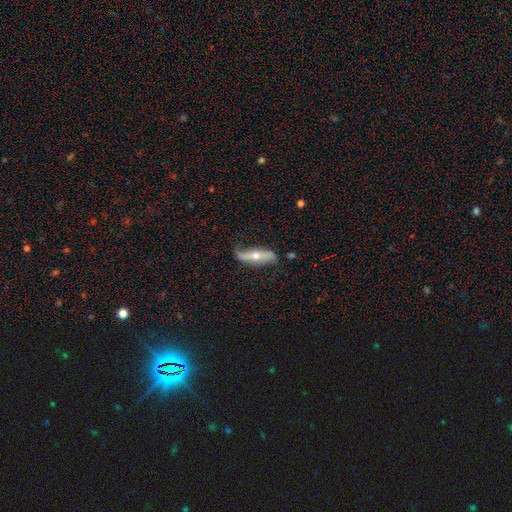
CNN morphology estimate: type=featured or disk (58%); edge-on=yes (52%); merging=none (66%).